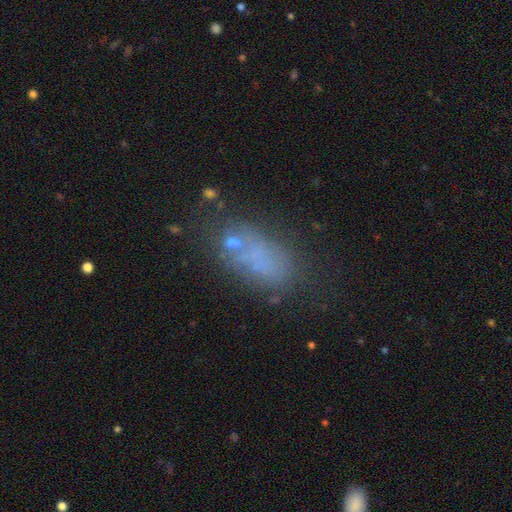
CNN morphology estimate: A smooth galaxy with no disk features (51%) that is in between round and cigar-shaped (82%). Merging: none (51%).